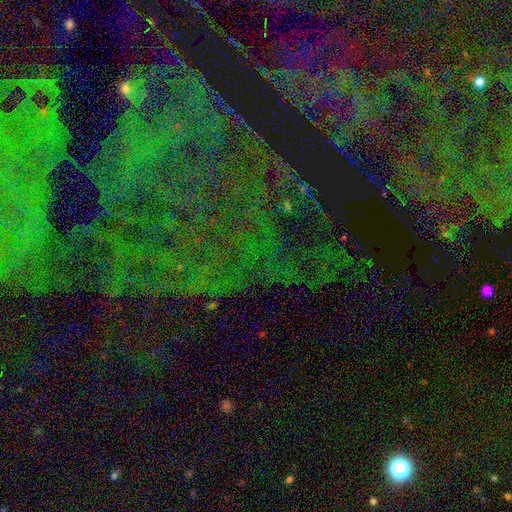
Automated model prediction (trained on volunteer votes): smooth-or-featured: star or artifact: 78% | featured or disk: 12% | smooth: 10%